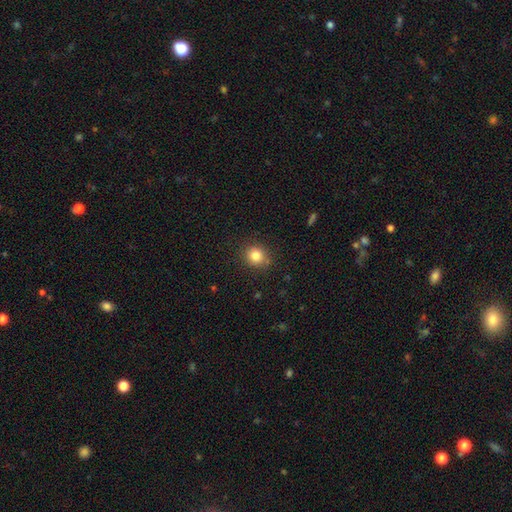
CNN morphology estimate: smooth_or_featured: smooth (p=0.83) [alt: star or artifact p=0.11]
how_rounded: round (p=0.83) [alt: in between p=0.17]
merging: none (p=0.85) [alt: minor disturbance p=0.10]